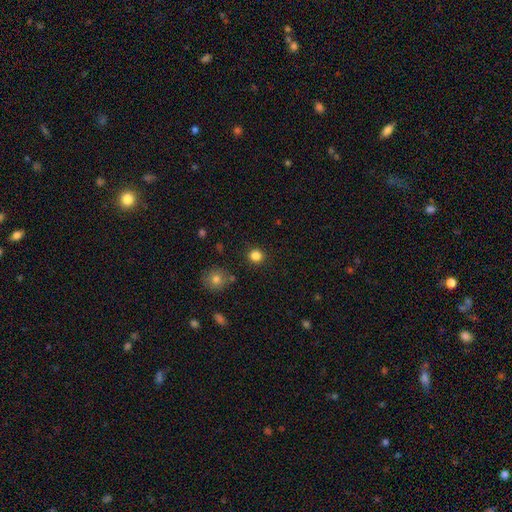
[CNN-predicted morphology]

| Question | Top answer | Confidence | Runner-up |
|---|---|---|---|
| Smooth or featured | smooth | 83% | star or artifact (12%) |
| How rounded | round | 91% | in between (8%) |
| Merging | none | 89% | minor disturbance (6%) |